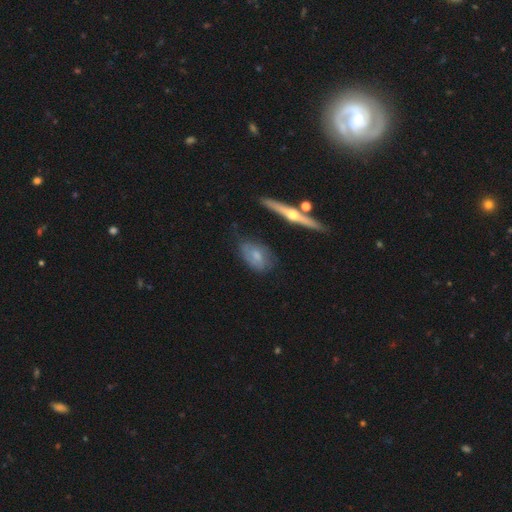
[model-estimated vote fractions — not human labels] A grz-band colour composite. It shows a featured or disk galaxy (48%). Merging: none (66%).